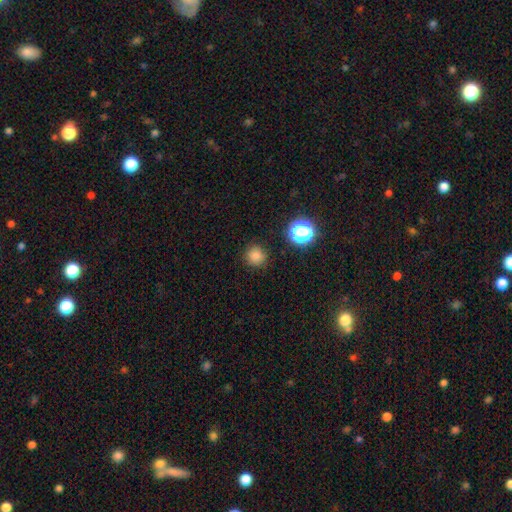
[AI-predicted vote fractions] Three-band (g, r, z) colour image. It shows a smooth galaxy with no disk features (81%) that is round (95%). Merging: none (90%).